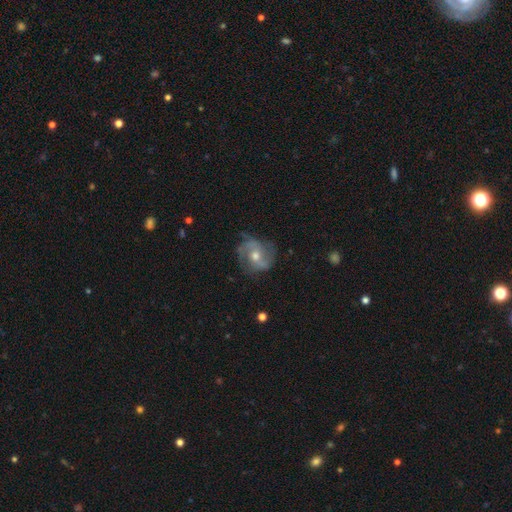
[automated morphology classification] A featured or disk galaxy (77%) with no bar (54%), 2 (51%) medium (48%) spiral arms (91%) and a moderate central bulge (68%). Merging: none (71%).